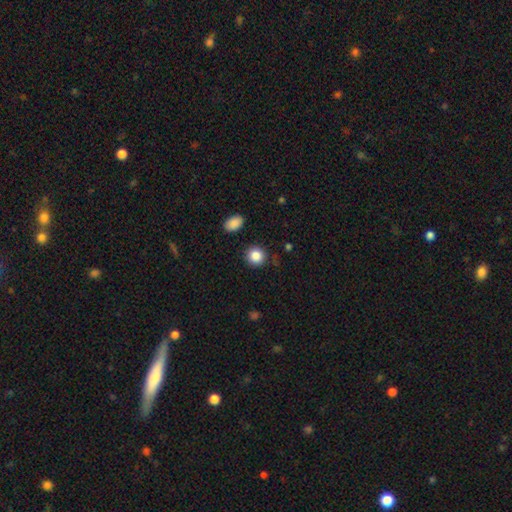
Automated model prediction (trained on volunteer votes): This is clearly a smooth galaxy (87%). How rounded: clearly round (90%). Merging: clearly none (88%).